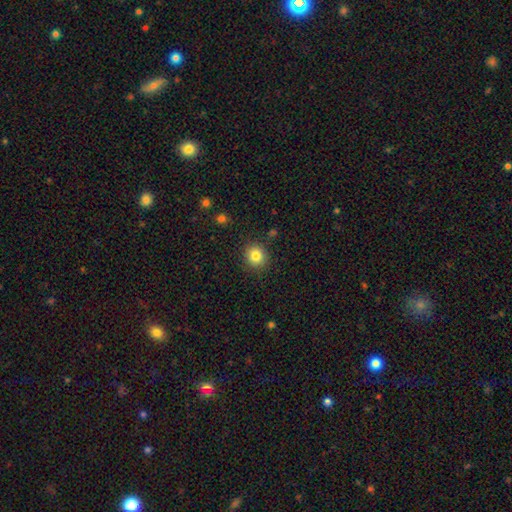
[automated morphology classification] A smooth galaxy with no disk features (83%) that is round (88%). Merging: none (89%).